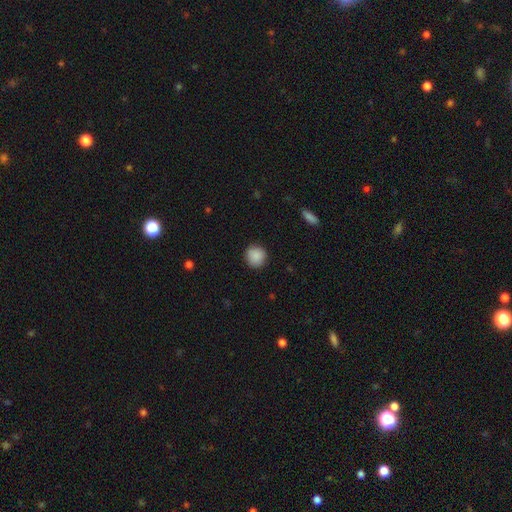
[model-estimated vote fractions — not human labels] Smooth or featured: smooth — 89% (star or artifact — 8%)
How rounded: round — 92% (in between — 7%)
Merging: none — 90% (minor disturbance — 7%)